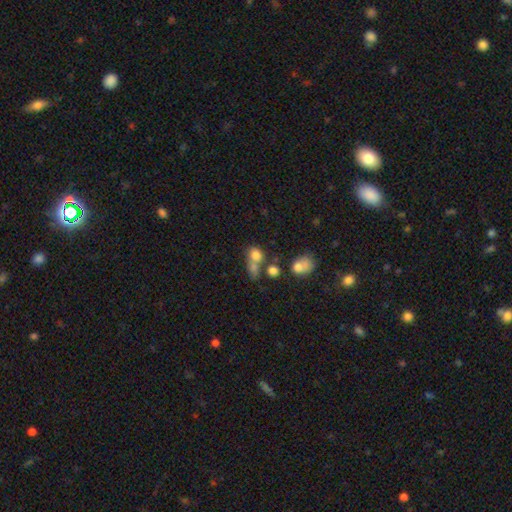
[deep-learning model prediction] The model was most divided on "merging": merger: 46%, none: 33%, minor disturbance: 11%, major disturbance: 9%. More confident: smooth or featured — smooth (74%); how rounded — round (59%).